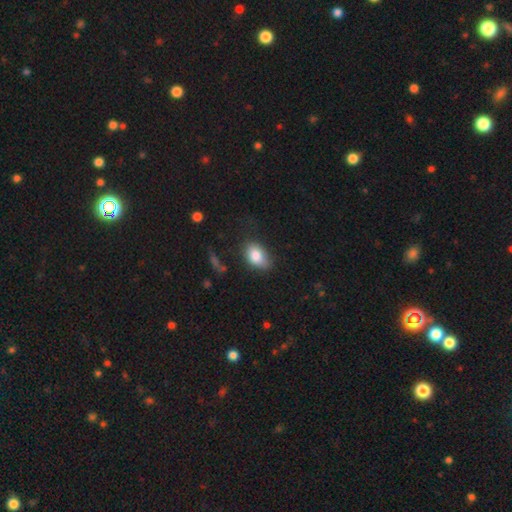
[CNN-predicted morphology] smooth-or-featured: smooth: 83% | featured or disk: 9% | star or artifact: 8%
  how-rounded: in between: 85% | round: 13% | cigar-shaped: 2%
  merging: none: 63% | minor disturbance: 26% | major disturbance: 8% | merger: 3%